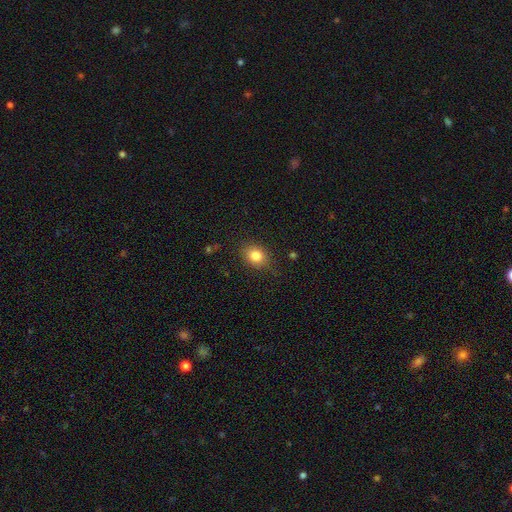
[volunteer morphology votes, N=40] Q: Smooth or featured?
A: smooth (78%); runner-up: star or artifact (12%)
Q: How rounded?
A: in between (58%); runner-up: round (42%)
Q: Merging?
A: none (80%); runner-up: minor disturbance (14%)